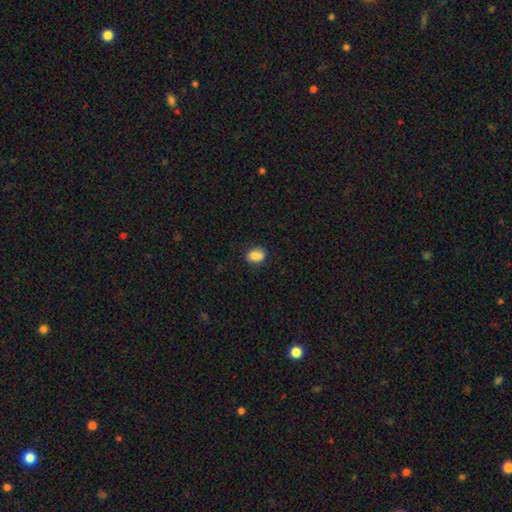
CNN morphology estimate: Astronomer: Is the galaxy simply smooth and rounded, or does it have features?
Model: smooth — 85%.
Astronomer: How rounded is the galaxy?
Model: in between — 70%.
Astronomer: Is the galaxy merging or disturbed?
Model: none — 78%.